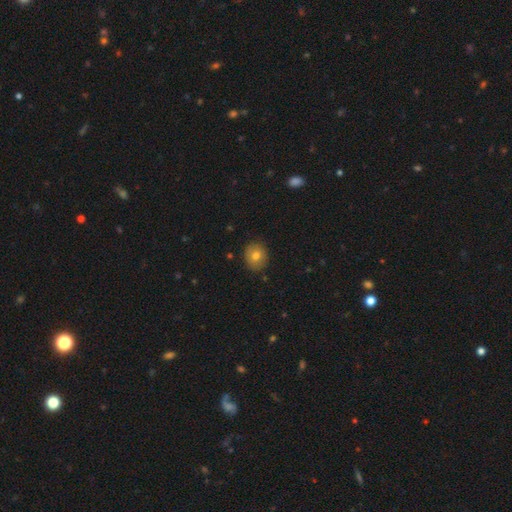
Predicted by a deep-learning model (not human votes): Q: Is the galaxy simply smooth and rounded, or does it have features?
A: smooth — 75%.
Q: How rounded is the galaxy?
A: round — 69%.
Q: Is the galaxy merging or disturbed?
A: none — 87%.